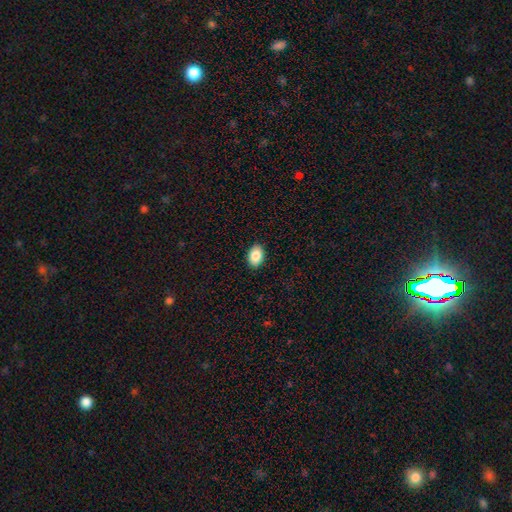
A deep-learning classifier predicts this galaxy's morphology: This is clearly a smooth galaxy (86%). How rounded: clearly in between (82%). Merging: clearly none (90%).